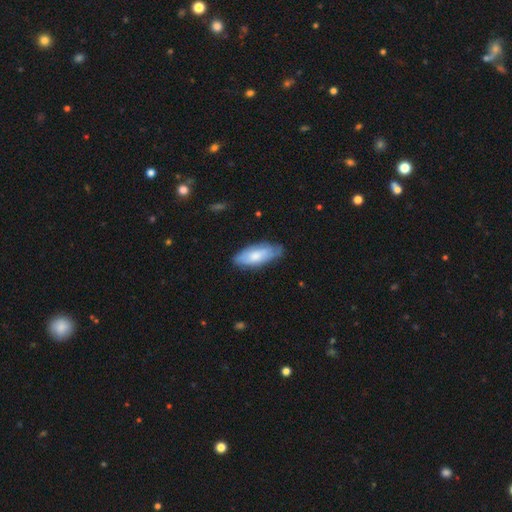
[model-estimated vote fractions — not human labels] smooth_or_featured: smooth (p=0.67) [alt: featured or disk p=0.27]
how_rounded: in between (p=0.81) [alt: cigar-shaped p=0.17]
merging: none (p=0.69) [alt: minor disturbance p=0.25]